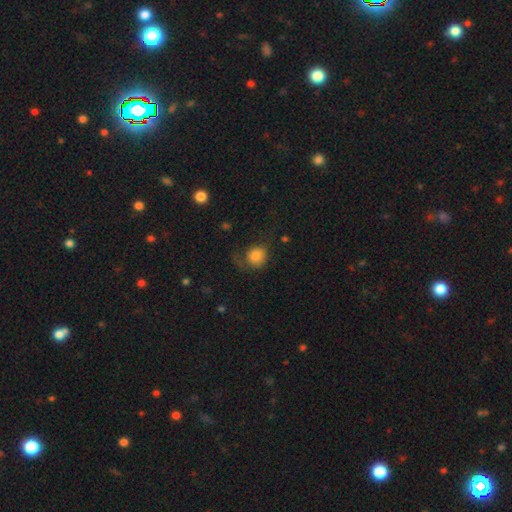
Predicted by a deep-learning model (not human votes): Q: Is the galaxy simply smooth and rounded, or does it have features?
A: smooth — 79%.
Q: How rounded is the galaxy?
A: round — 80%.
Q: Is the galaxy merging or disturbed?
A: none — 46%.